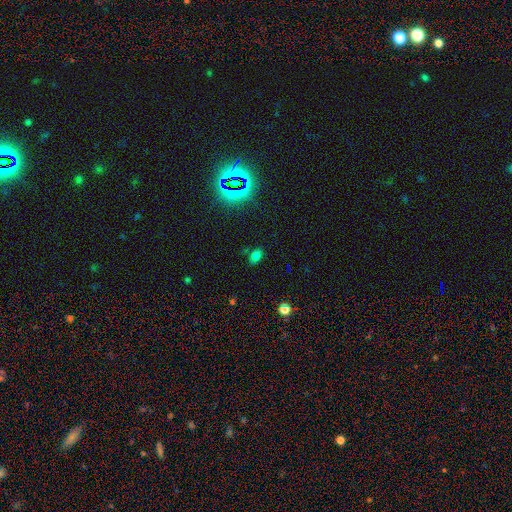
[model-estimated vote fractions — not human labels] A smooth galaxy with no disk features (65%) that is in between round and cigar-shaped (85%). Merging: none (79%).